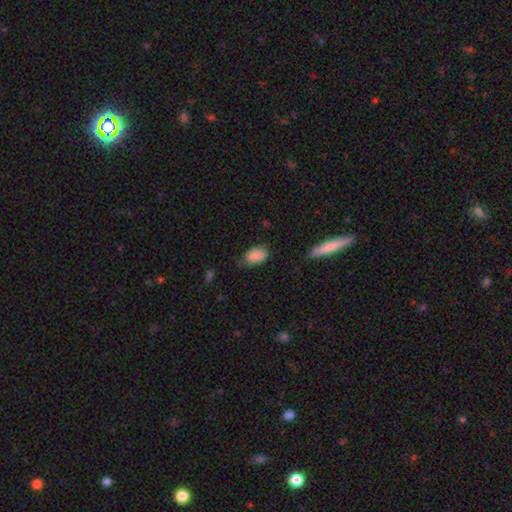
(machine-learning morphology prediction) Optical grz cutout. It shows a smooth galaxy with no disk features (85%) that is in between round and cigar-shaped (89%). Merging: none (58%).